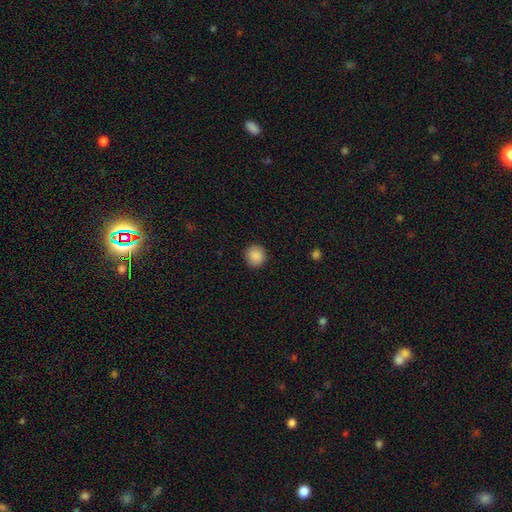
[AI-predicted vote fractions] smooth-or-featured: smooth: 88% | star or artifact: 8% | featured or disk: 4%
  how-rounded: round: 92% | in between: 7% | cigar-shaped: 1%
  merging: none: 91% | minor disturbance: 6% | major disturbance: 2% | merger: 1%